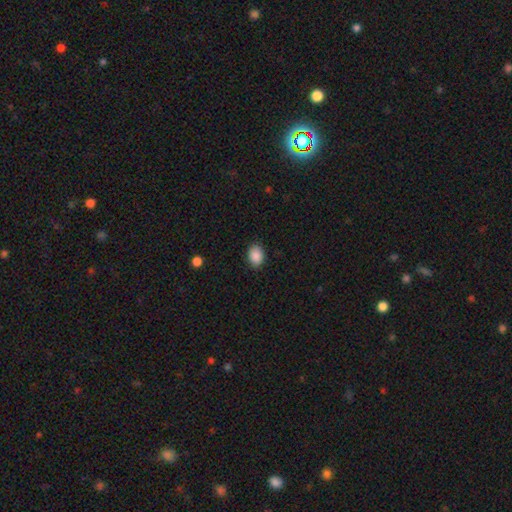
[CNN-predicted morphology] A smooth galaxy with no disk features (89%) that is in between round and cigar-shaped (73%).

Vote fractions:
- Smooth or featured? smooth: 89% / star or artifact: 8% / featured or disk: 3%
- How rounded? in between: 73% / round: 26% / cigar-shaped: 1%
- Merging? none: 87% / minor disturbance: 10% / major disturbance: 2% / merger: 1%